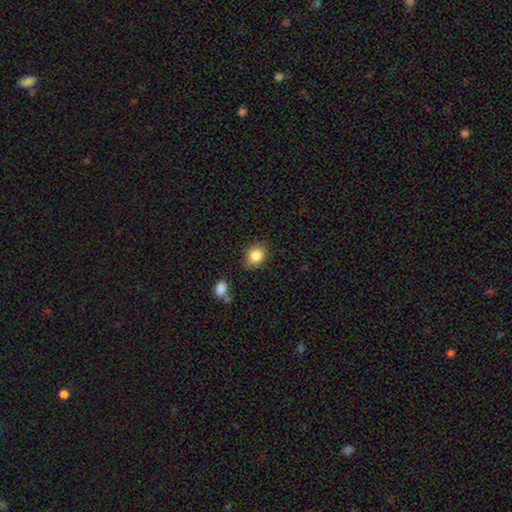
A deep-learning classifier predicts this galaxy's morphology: This appears to be a smooth galaxy with no disk features (84%) that is round (52%). Merging: none (82%).